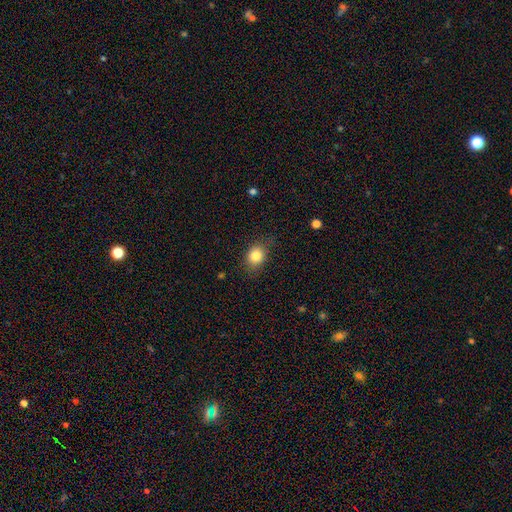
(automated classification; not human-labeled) A smooth galaxy with no disk features (83%) that is round (51%).

Vote fractions:
- Smooth or featured? smooth: 83% / star or artifact: 10% / featured or disk: 7%
- How rounded? round: 51% / in between: 47% / cigar-shaped: 1%
- Merging? none: 77% / minor disturbance: 17% / major disturbance: 5% / merger: 1%